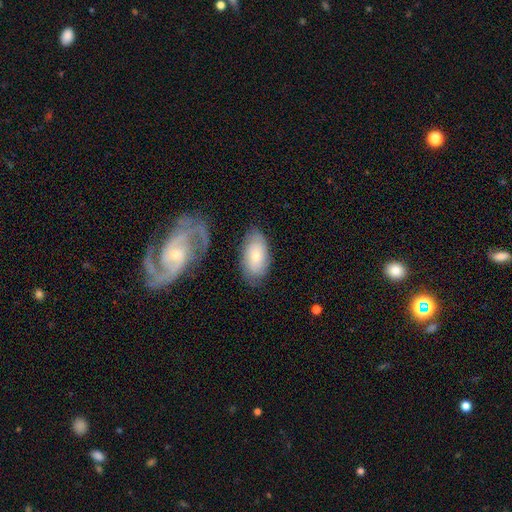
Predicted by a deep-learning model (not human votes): The model was most divided on "smooth or featured": smooth: 59%, featured or disk: 34%, star or artifact: 7%. More confident: how rounded — in between (93%); merging — none (70%).